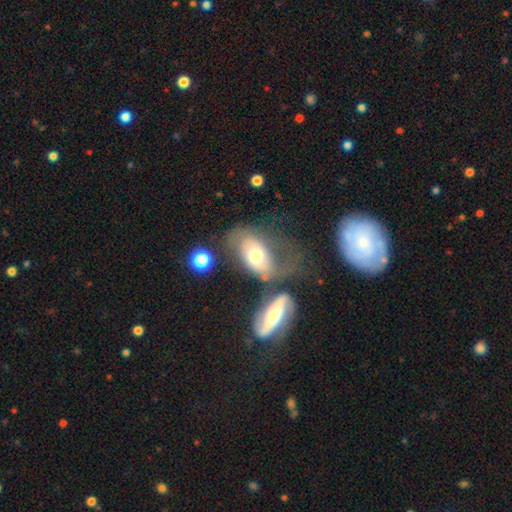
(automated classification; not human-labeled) featured or disk 48%, smooth 44%, star or artifact 7%. Down the decision tree: merging — none (35%).